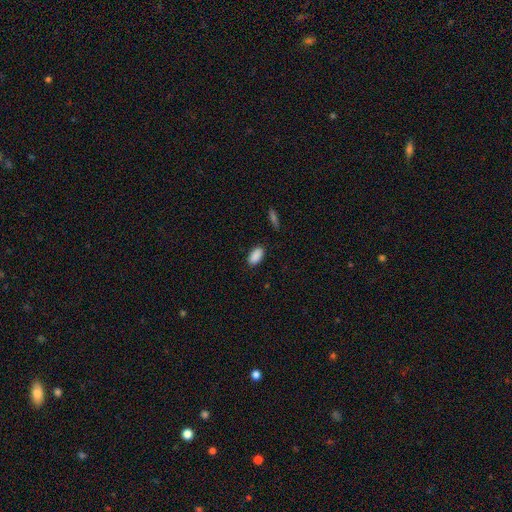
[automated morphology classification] Smooth or featured?
  - smooth: 89% *
  - star or artifact: 7%
  - featured or disk: 3%
How rounded?
  - in between: 92% *
  - cigar-shaped: 5%
  - round: 3%
Merging?
  - none: 86% *
  - minor disturbance: 10%
  - major disturbance: 3%
  - merger: 2%